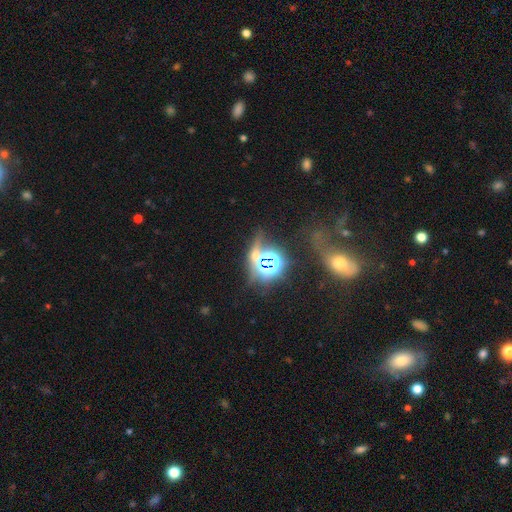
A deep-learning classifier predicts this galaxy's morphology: A star or artifact, not a galaxy (70%).

Vote fractions:
- Smooth or featured? star or artifact: 70% / smooth: 18% / featured or disk: 12%